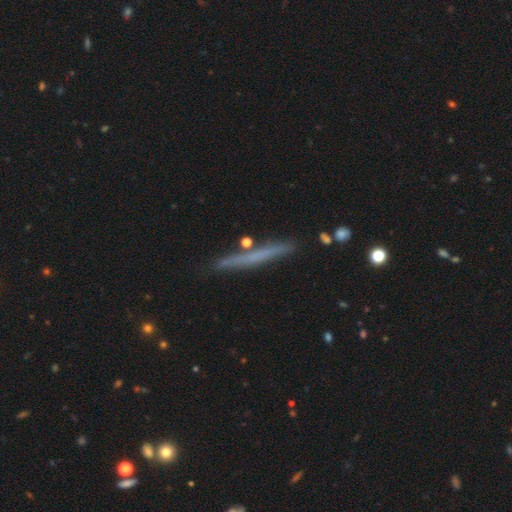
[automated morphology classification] This is possibly a smooth galaxy (47%). Merging: clearly none (85%).